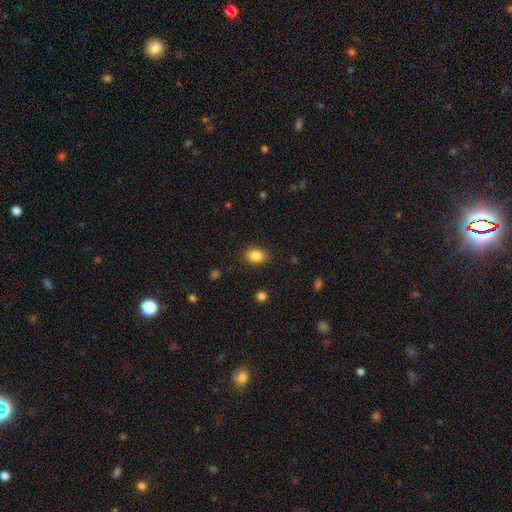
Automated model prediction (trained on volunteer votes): Morphology: type=smooth (85%); roundness=in between (64%); merging=none (87%).